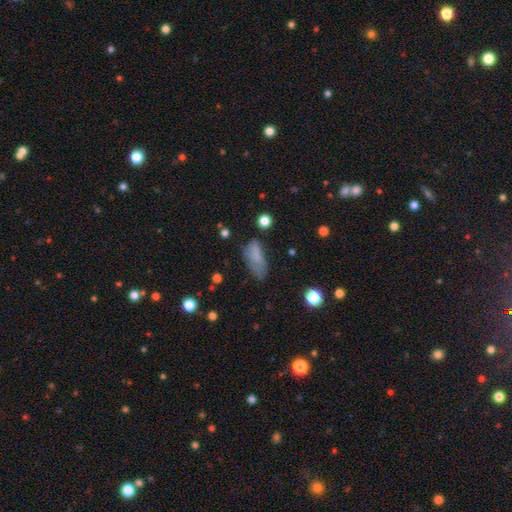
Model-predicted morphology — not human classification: Overall: smooth (73%). How rounded: in between (81%). Merging: none (46%; minor disturbance 32%).